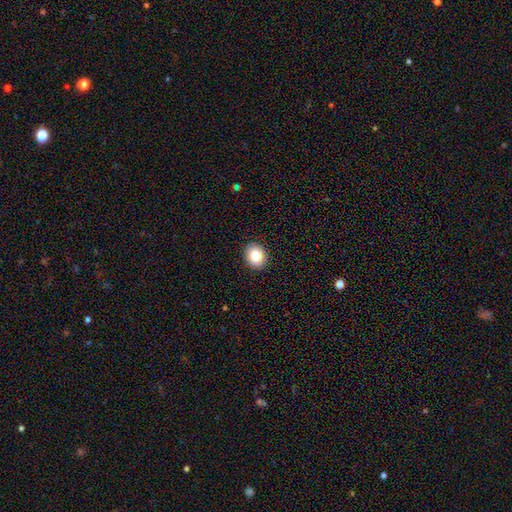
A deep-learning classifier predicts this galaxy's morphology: A smooth galaxy with no disk features (85%) that is round (62%).

Vote fractions:
- Smooth or featured? smooth: 85% / star or artifact: 9% / featured or disk: 6%
- How rounded? round: 62% / in between: 37% / cigar-shaped: 1%
- Merging? none: 91% / minor disturbance: 6% / major disturbance: 2% / merger: 1%